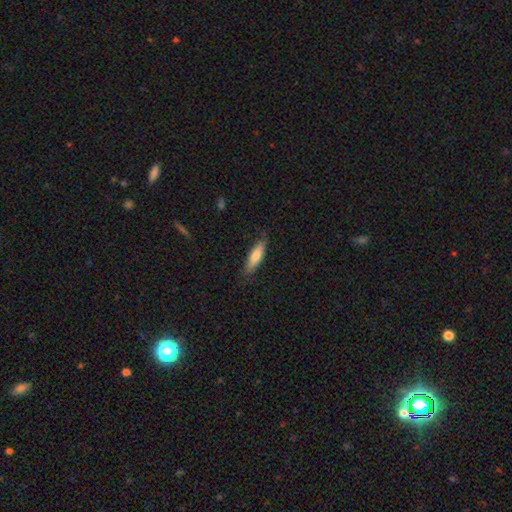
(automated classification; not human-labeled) Smooth or featured? smooth (75%)
How rounded? cigar-shaped (63%)
Merging? none (82%)